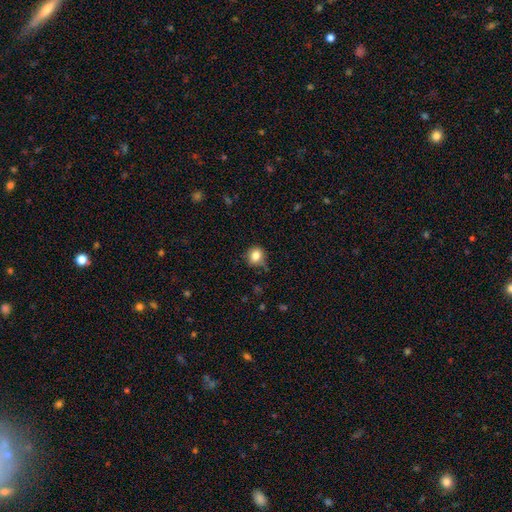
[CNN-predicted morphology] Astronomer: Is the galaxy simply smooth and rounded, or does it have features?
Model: smooth — 82%.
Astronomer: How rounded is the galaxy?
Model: round — 79%.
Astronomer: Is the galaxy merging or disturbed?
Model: none — 68%.